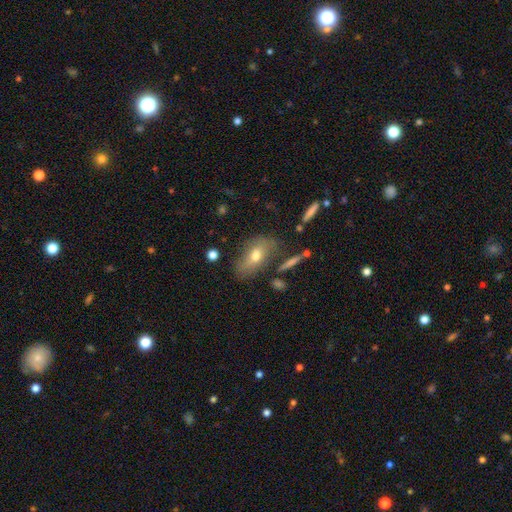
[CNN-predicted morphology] This appears to be a smooth galaxy with no disk features (62%) that is in between round and cigar-shaped (83%). Merging: none (67%).